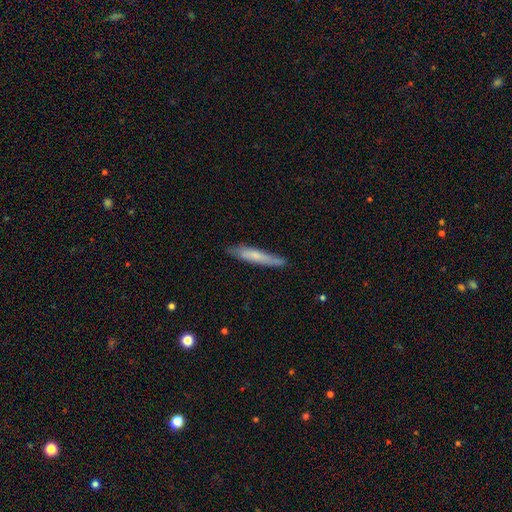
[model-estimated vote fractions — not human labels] Morphology: type=smooth (62%); roundness=cigar-shaped (93%); merging=none (81%).